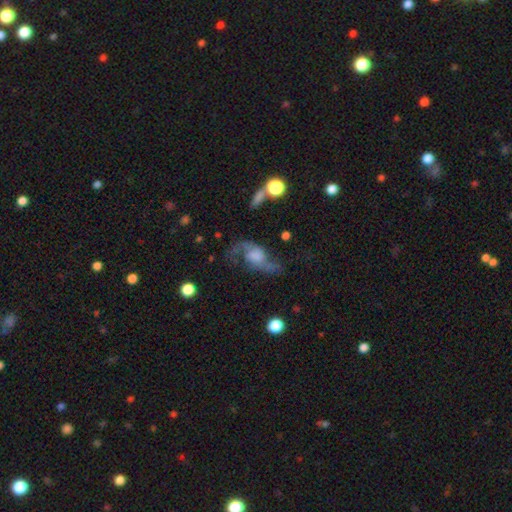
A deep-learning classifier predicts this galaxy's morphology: A featured or disk galaxy (82%) with no bar (56%), 2 (91%) loose (73%) spiral arms (94%) and no central bulge (27%, tied with large). Merging: none (61%).